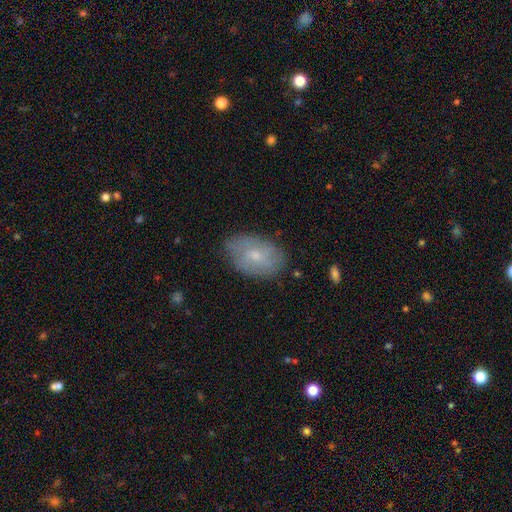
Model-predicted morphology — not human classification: This appears to be a smooth galaxy with no disk features (49%). Merging: none (75%).